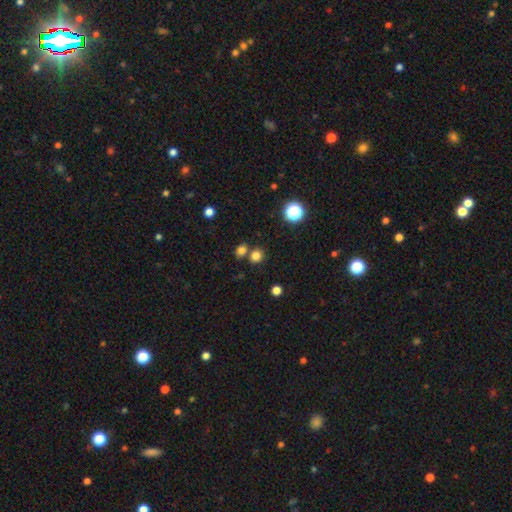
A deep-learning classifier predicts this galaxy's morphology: Smooth or featured? smooth (79%)
How rounded? round (79%)
Merging? none (65%)